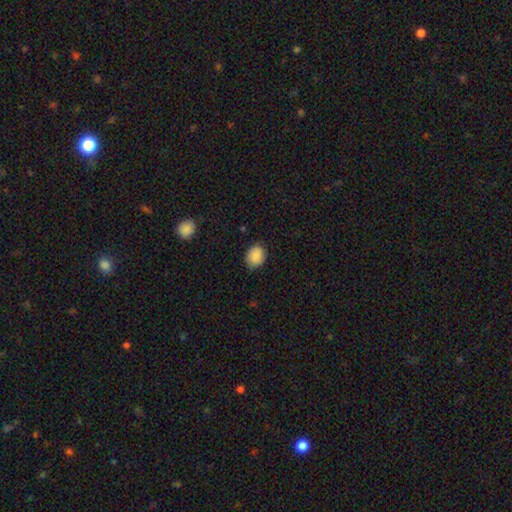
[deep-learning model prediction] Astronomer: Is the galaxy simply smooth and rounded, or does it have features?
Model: smooth — 88%.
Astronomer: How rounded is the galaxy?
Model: in between — 57% (runner-up: round, 42%).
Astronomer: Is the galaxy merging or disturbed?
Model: none — 80%.